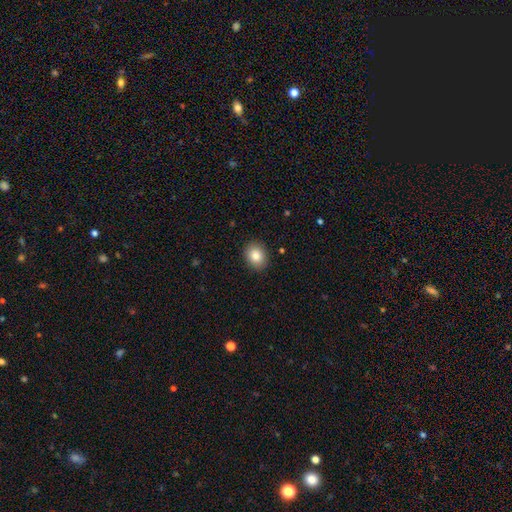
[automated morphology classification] Overall: smooth (84%). How rounded: in between (53%; round 46%). Merging: none (89%).